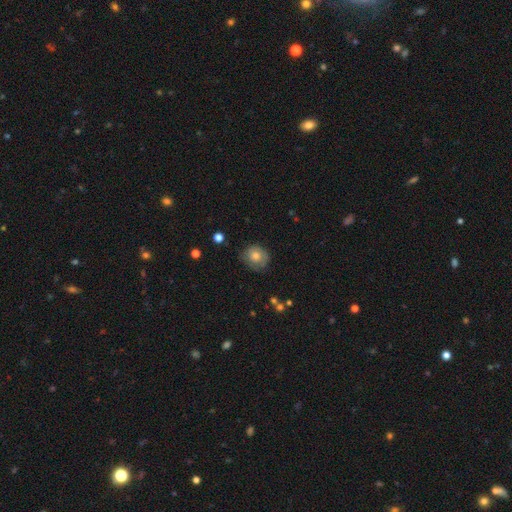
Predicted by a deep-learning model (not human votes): This appears to be a smooth galaxy with no disk features (70%) that is round (79%). Merging: none (72%).